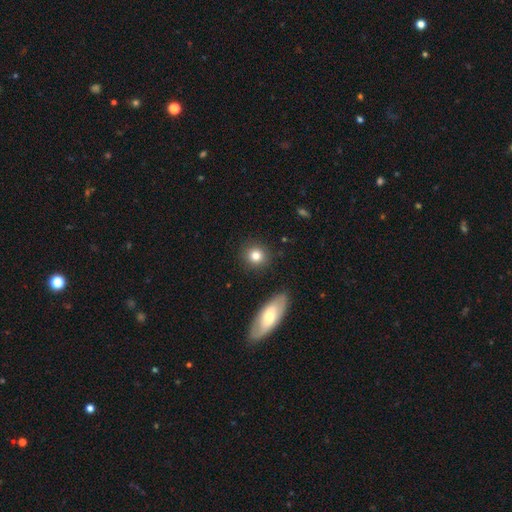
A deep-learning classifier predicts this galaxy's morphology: type=smooth (81%); roundness=round (88%); merging=none (89%).